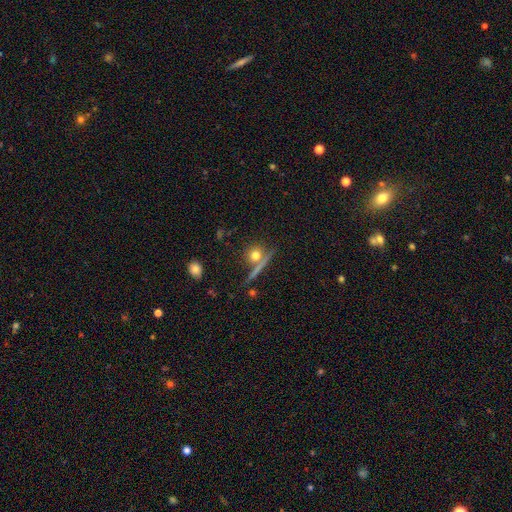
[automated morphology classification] Q: Smooth or featured?
A: smooth (67%); runner-up: featured or disk (18%)
Q: How rounded?
A: round (79%); runner-up: in between (11%)
Q: Merging?
A: none (69%); runner-up: merger (17%)